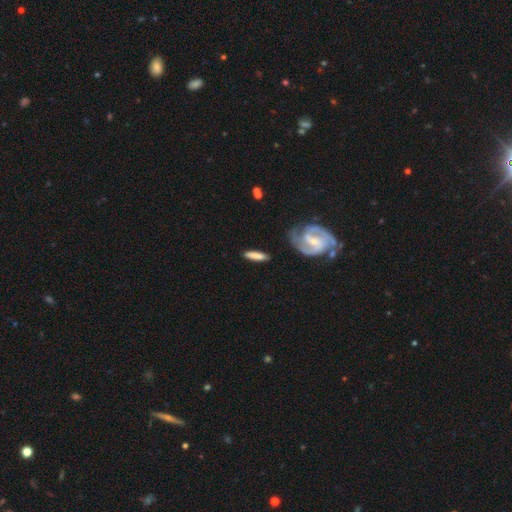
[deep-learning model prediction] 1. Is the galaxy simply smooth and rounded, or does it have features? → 65% smooth, 29% featured or disk, 6% star or artifact.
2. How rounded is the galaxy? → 73% cigar-shaped, 24% in between, 3% round.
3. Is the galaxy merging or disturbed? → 80% none, 13% minor disturbance, 4% major disturbance, 3% merger.